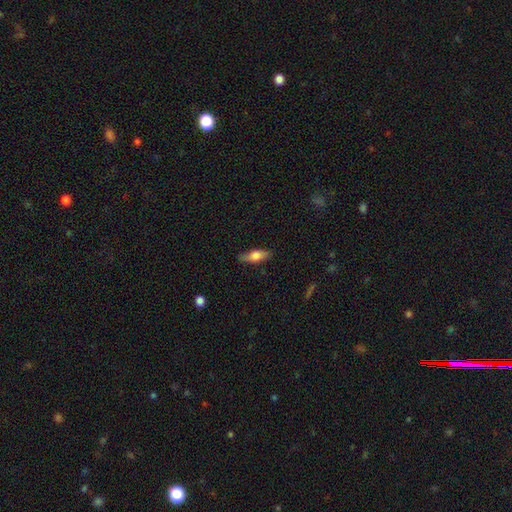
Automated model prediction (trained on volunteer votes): smooth_or_featured: smooth (p=0.58) [alt: featured or disk p=0.35]
how_rounded: in between (p=0.57) [alt: cigar-shaped p=0.39]
merging: none (p=0.85) [alt: minor disturbance p=0.12]